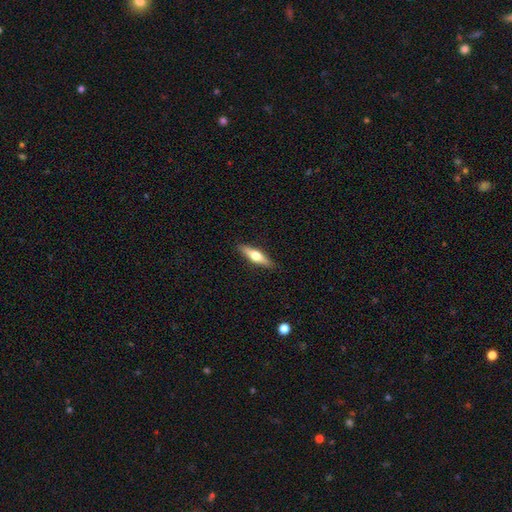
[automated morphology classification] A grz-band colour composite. It shows a featured or disk galaxy (52%) viewed edge-on (94%). Merging: none (90%).